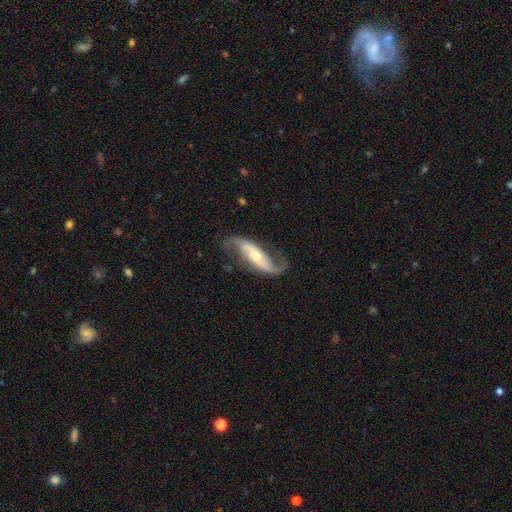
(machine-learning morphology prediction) The model was most divided on "bulge size": moderate: 48%, small: 46%, large: 4%, none: 1%, dominant: 1%. Remaining: spiral arms — yes (96%); edge-on disk — no (92%); spiral arm count — 2 (92%); smooth or featured — featured or disk (88%); merging — none (73%); spiral winding — loose (73%); bar — no (41%).